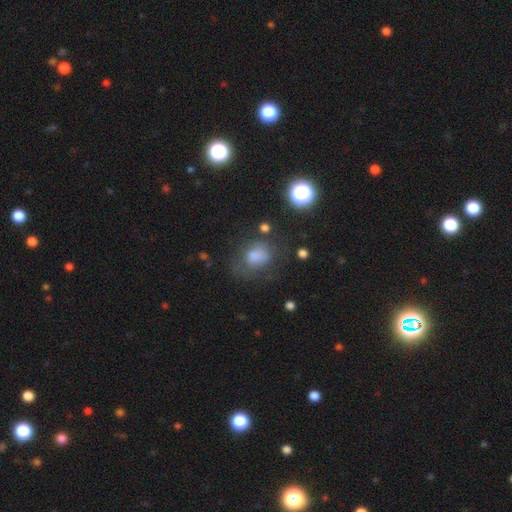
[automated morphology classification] Smooth or featured?
  - smooth: 66% *
  - star or artifact: 18%
  - featured or disk: 16%
How rounded?
  - in between: 50% *
  - round: 49%
  - cigar-shaped: 1%
Merging?
  - none: 55% *
  - minor disturbance: 24%
  - major disturbance: 18%
  - merger: 4%